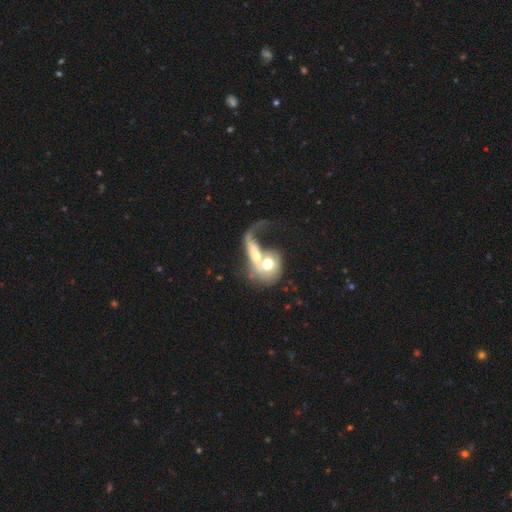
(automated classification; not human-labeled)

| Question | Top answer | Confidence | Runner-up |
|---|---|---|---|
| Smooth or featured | featured or disk | 46% | smooth (45%) |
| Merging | merger | 64% | major disturbance (21%) |